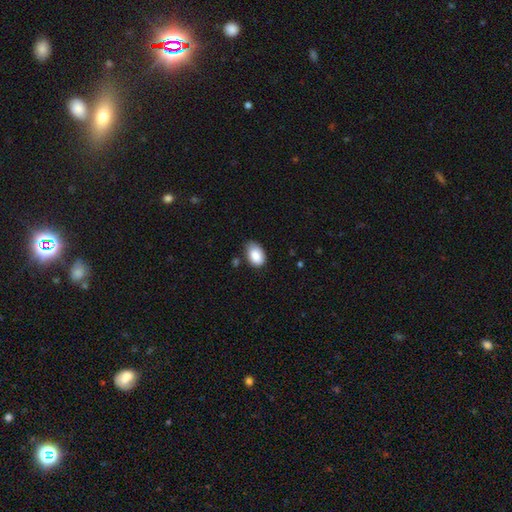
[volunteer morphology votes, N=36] Smooth or featured?
  - smooth: 94% *
  - featured or disk: 6%
  - star or artifact: 0%
How rounded?
  - in between: 88% *
  - round: 12%
  - cigar-shaped: 0%
Merging?
  - none: 56% *
  - minor disturbance: 39%
  - major disturbance: 6%
  - merger: 0%